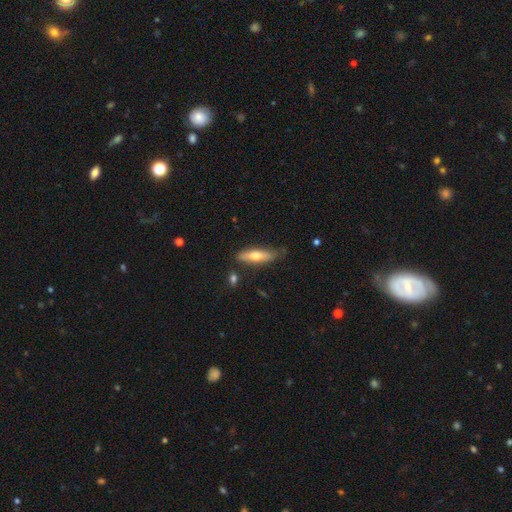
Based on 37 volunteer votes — smooth_or_featured: smooth (p=0.54) [alt: featured or disk p=0.38]
how_rounded: cigar-shaped (p=0.65) [alt: in between p=0.35]
merging: none (p=0.79) [alt: minor disturbance p=0.18]